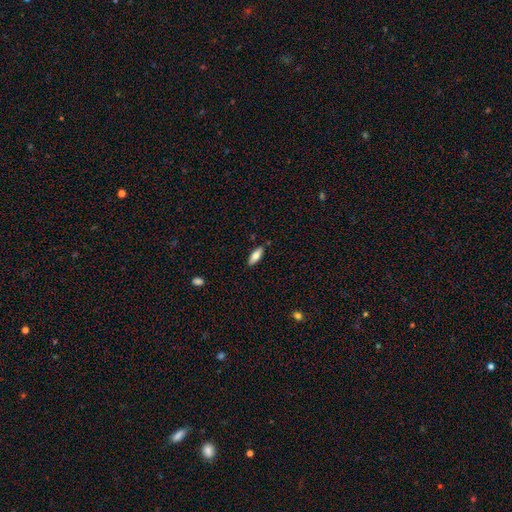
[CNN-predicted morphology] smooth-or-featured: smooth: 75% | featured or disk: 19% | star or artifact: 6%
  how-rounded: in between: 68% | cigar-shaped: 30% | round: 2%
  merging: none: 87% | minor disturbance: 10% | major disturbance: 2% | merger: 2%